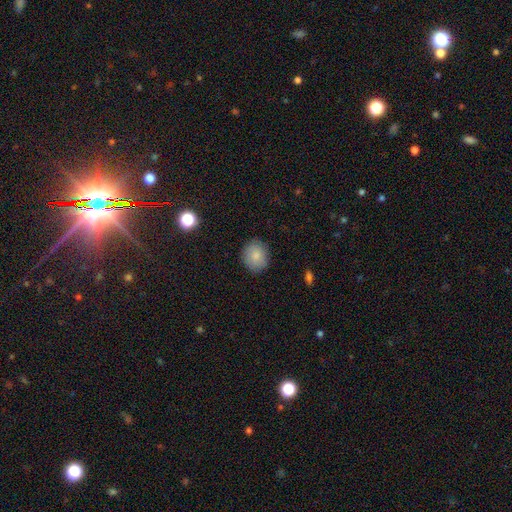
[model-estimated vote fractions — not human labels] Q: Smooth or featured?
A: smooth (84%); runner-up: featured or disk (8%)
Q: How rounded?
A: round (71%); runner-up: in between (28%)
Q: Merging?
A: none (87%); runner-up: minor disturbance (10%)